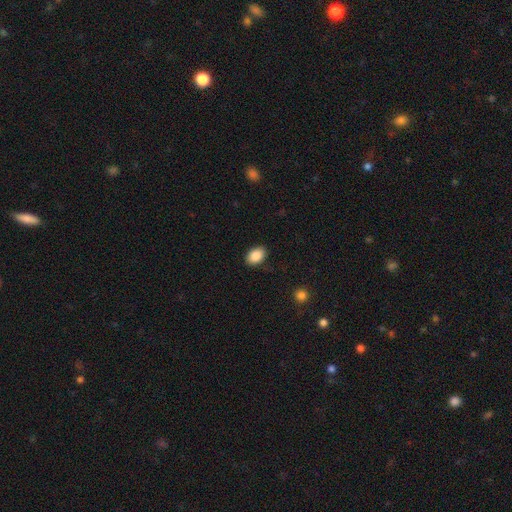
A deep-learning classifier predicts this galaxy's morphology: Smooth or featured: smooth — 89% (star or artifact — 7%)
How rounded: in between — 84% (round — 15%)
Merging: none — 87% (minor disturbance — 9%)